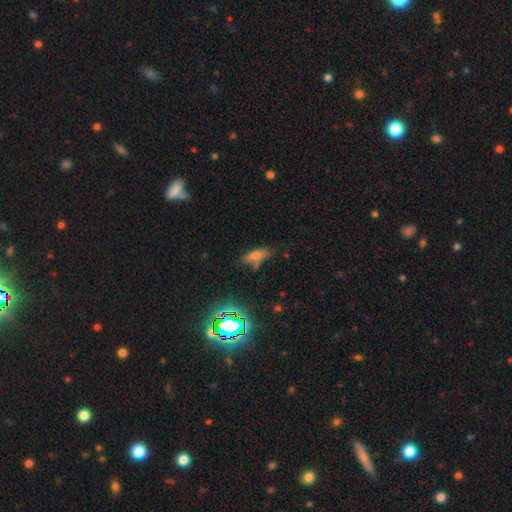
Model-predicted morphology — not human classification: This is likely a smooth galaxy (60%). How rounded: likely in between (62%). Merging: possibly none (51%).